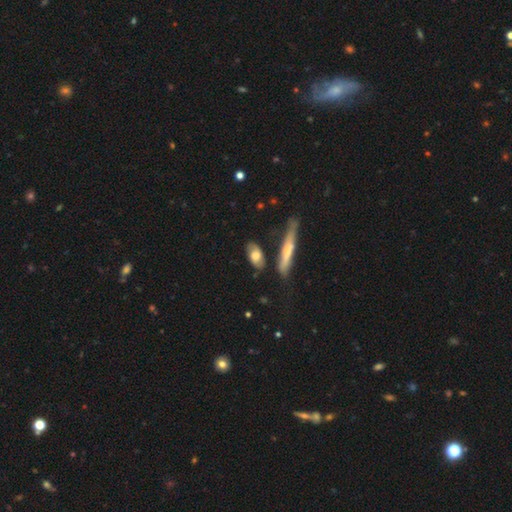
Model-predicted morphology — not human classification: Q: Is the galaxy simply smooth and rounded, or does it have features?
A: smooth — 60%.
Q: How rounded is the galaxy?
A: in between — 78%.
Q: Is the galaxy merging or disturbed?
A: none — 66%.